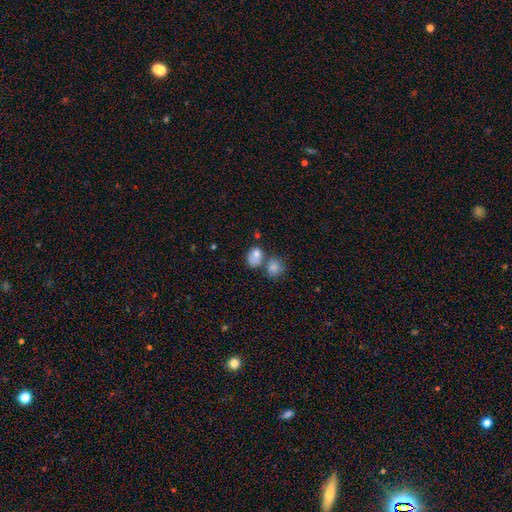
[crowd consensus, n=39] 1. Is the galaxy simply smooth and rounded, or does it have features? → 74% smooth, 23% featured or disk, 3% star or artifact.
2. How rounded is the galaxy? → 55% in between, 45% round, 0% cigar-shaped.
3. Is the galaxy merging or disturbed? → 34% none (tied), 34% merger (tied), 18% minor disturbance, 13% major disturbance.